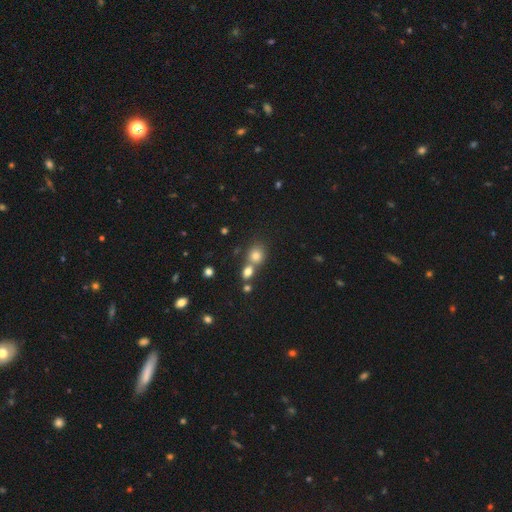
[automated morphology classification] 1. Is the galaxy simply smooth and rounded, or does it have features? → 78% smooth, 13% star or artifact, 9% featured or disk.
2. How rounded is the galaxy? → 73% round, 26% in between, 1% cigar-shaped.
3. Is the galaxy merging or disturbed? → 44% none (tied), 44% merger (tied), 8% minor disturbance, 4% major disturbance.